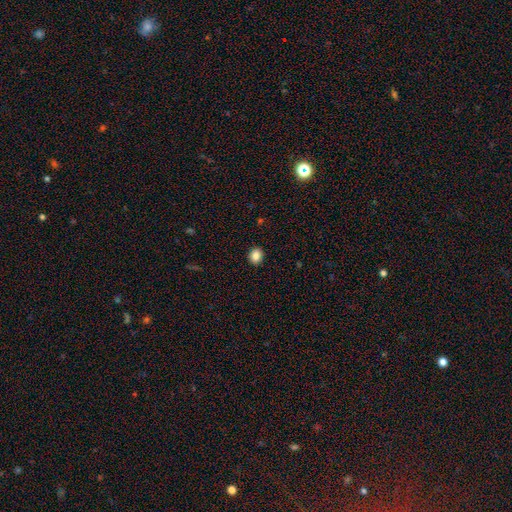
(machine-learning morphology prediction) A smooth galaxy with no disk features (85%) that is round (67%). Merging: none (91%).